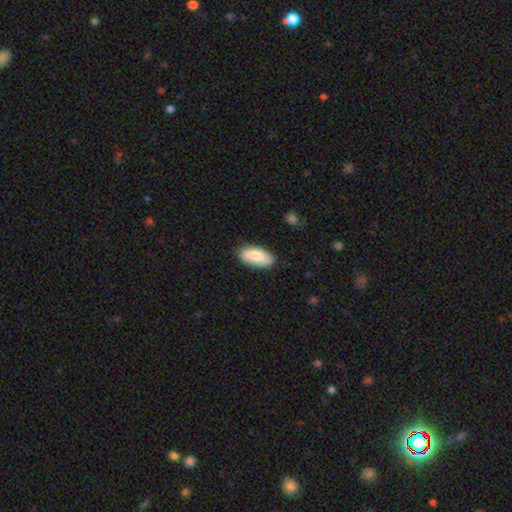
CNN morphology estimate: smooth-or-featured: smooth: 80% | featured or disk: 14% | star or artifact: 6%
  how-rounded: in between: 91% | cigar-shaped: 7% | round: 2%
  merging: none: 78% | minor disturbance: 17% | major disturbance: 3% | merger: 2%